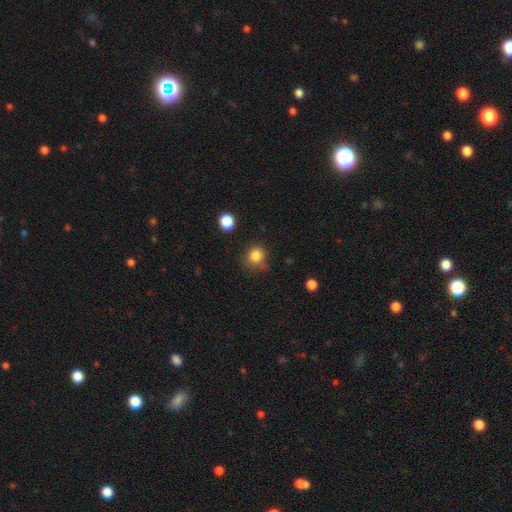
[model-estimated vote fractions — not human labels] Morphology: type=smooth (83%); roundness=round (85%); merging=none (71%).